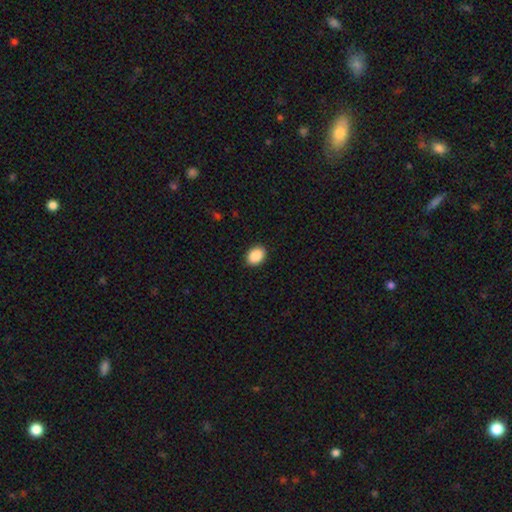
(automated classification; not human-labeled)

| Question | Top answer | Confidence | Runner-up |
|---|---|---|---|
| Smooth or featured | smooth | 89% | star or artifact (8%) |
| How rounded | in between | 71% | round (28%) |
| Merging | none | 91% | minor disturbance (6%) |